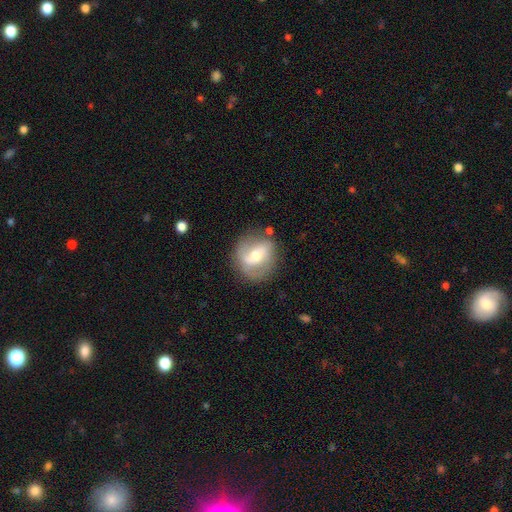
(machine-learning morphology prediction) Smooth or featured? Predicted: featured or disk (p=0.61). Edge-on disk? Predicted: no (p=0.94). Bar? Predicted: weak (p=0.41). Spiral arms? Predicted: yes (p=0.69). Bulge size? Predicted: moderate (p=0.68). Merging? Predicted: none (p=0.72).